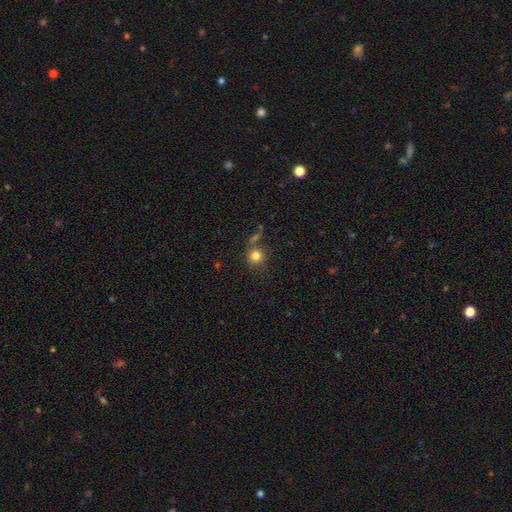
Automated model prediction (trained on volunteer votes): smooth 82%, star or artifact 11%, featured or disk 7%. Down the decision tree: how rounded — round (91%); merging — none (68%).